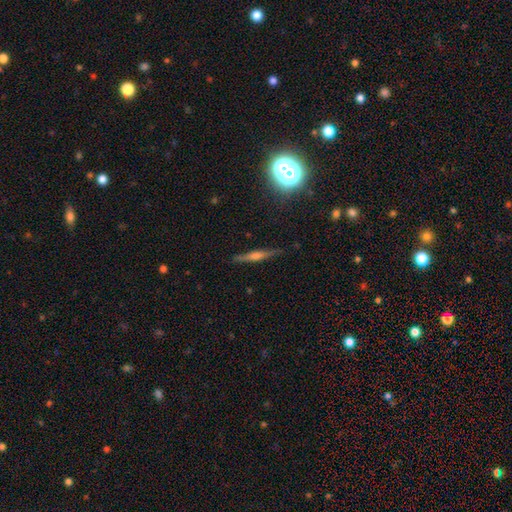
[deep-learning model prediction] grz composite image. It shows a featured or disk galaxy (66%) viewed edge-on (96%) with a rounded central bulge (75%). Merging: none (88%).